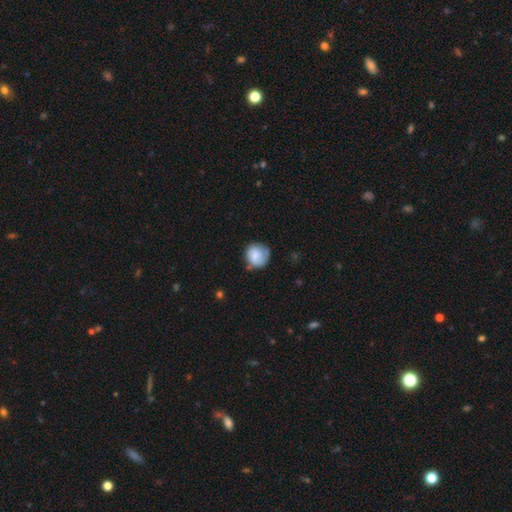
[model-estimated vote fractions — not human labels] This appears to be a smooth galaxy with no disk features (65%) that is round (86%). Merging: none (63%).